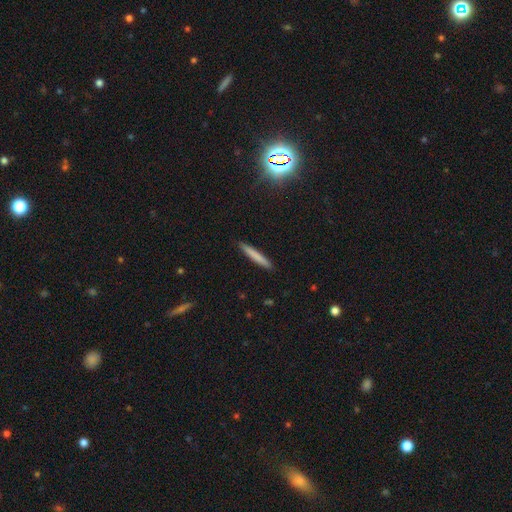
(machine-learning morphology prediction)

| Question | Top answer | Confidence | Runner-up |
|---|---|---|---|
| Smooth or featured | smooth | 76% | featured or disk (17%) |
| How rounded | cigar-shaped | 96% | in between (3%) |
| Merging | none | 91% | minor disturbance (7%) |